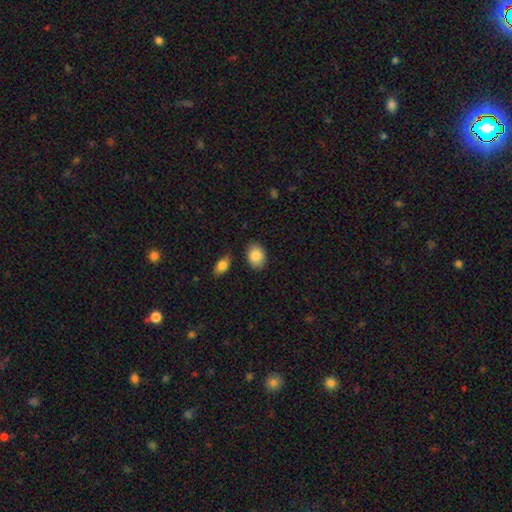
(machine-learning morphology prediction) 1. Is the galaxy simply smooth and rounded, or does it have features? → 87% smooth, 7% star or artifact, 6% featured or disk.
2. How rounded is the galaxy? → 76% in between, 23% round, 1% cigar-shaped.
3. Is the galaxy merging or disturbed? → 85% none, 10% minor disturbance, 3% merger, 2% major disturbance.